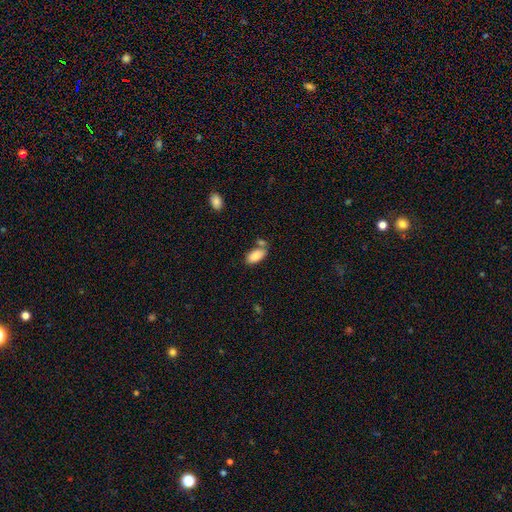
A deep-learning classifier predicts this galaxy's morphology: Overall: smooth (87%). How rounded: in between (93%). Merging: none (60%; merger 21%).